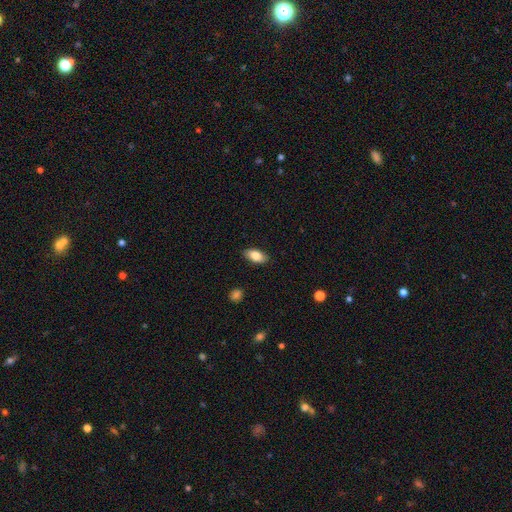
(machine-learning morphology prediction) type=smooth (83%); roundness=in between (91%); merging=none (87%).